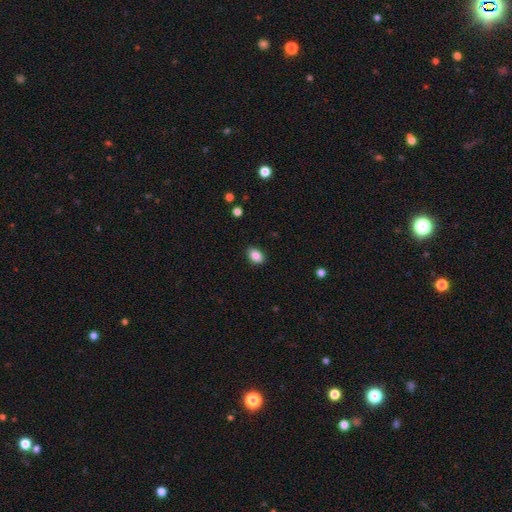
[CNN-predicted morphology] Smooth or featured: smooth — 86% (star or artifact — 8%)
How rounded: in between — 86% (round — 12%)
Merging: none — 87% (minor disturbance — 10%)